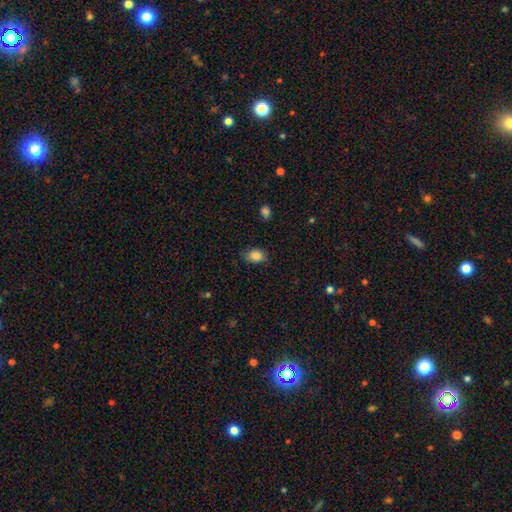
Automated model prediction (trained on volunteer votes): smooth_or_featured: smooth (p=0.86) [alt: star or artifact p=0.09]
how_rounded: in between (p=0.74) [alt: round p=0.24]
merging: none (p=0.76) [alt: minor disturbance p=0.19]